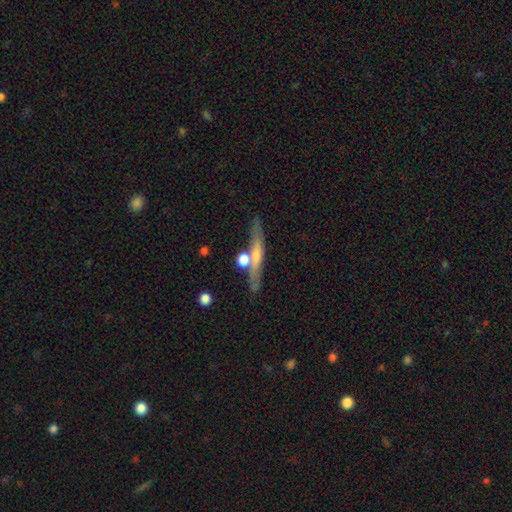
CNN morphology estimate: Smooth or featured: featured or disk — 67% (smooth — 24%)
Edge-on disk: yes — 94% (no — 6%)
Edge-on bulge: rounded — 69% (none — 24%)
Merging: none — 78% (minor disturbance — 10%)